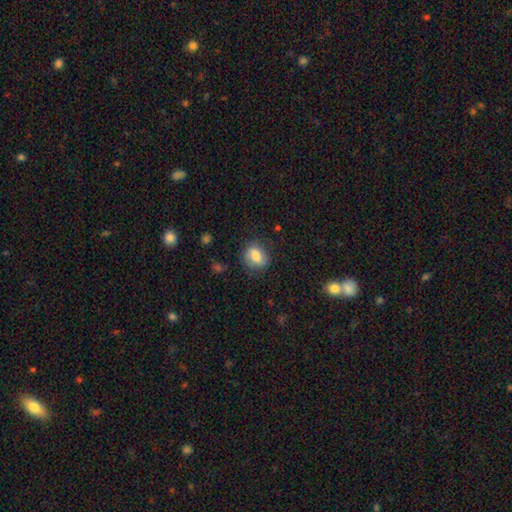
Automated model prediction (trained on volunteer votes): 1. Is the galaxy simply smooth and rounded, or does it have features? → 74% smooth, 17% featured or disk, 9% star or artifact.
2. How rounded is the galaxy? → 53% round, 45% in between, 1% cigar-shaped.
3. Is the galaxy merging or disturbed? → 77% none, 16% minor disturbance, 5% major disturbance, 1% merger.